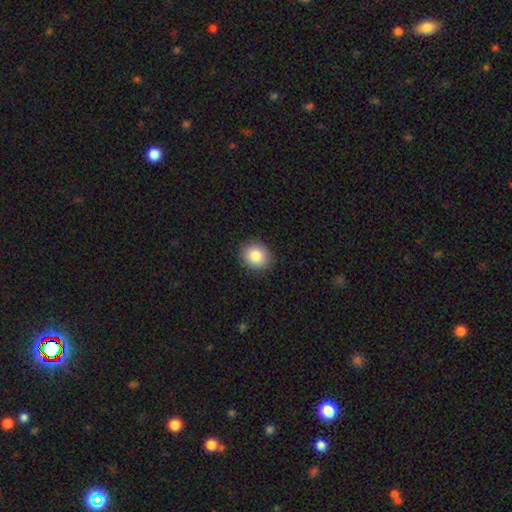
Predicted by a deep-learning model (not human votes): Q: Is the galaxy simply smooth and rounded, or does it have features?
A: smooth — 85%.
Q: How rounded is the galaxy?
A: round — 78%.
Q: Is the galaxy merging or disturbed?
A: none — 90%.